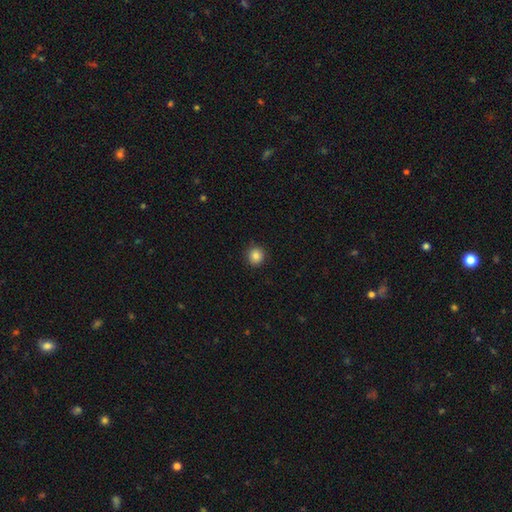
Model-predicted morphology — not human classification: A smooth galaxy with no disk features (85%) that is round (91%). Merging: none (91%).